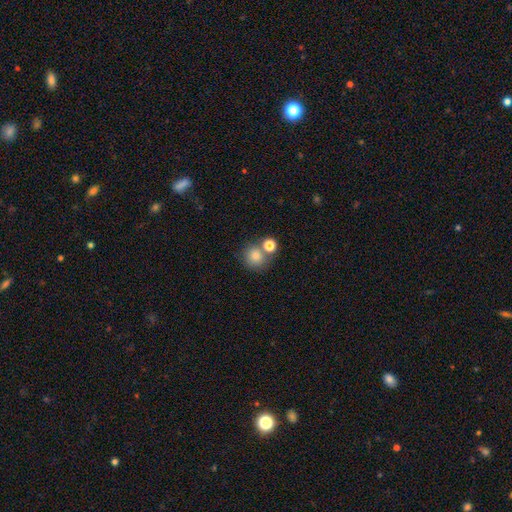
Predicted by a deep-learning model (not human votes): smooth-or-featured: smooth: 80% | star or artifact: 12% | featured or disk: 8%
  how-rounded: round: 90% | in between: 9% | cigar-shaped: 1%
  merging: none: 59% | merger: 29% | minor disturbance: 9% | major disturbance: 3%